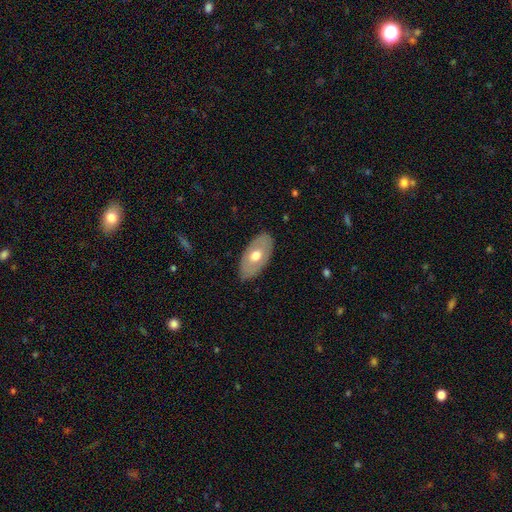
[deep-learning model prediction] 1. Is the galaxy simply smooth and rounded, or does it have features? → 55% smooth, 39% featured or disk, 5% star or artifact.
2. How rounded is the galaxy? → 93% in between, 5% round, 2% cigar-shaped.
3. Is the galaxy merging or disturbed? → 82% none, 14% minor disturbance, 3% major disturbance, 1% merger.